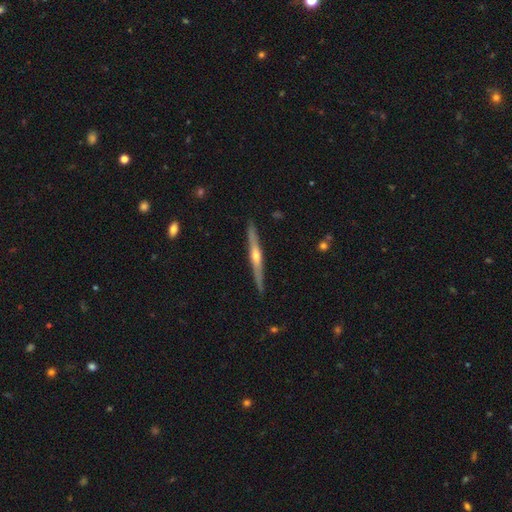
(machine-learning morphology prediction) A featured or disk galaxy (76%) viewed edge-on (98%) with a rounded central bulge (85%). Merging: none (90%).